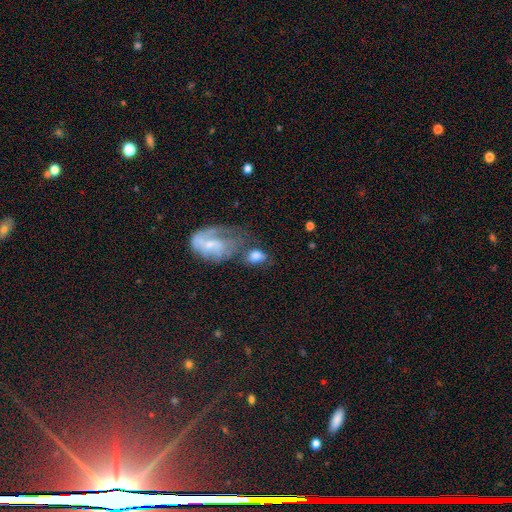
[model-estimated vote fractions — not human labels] smooth 64%, featured or disk 28%, star or artifact 9%. Down the decision tree: how rounded — in between (77%); merging — none (36%).